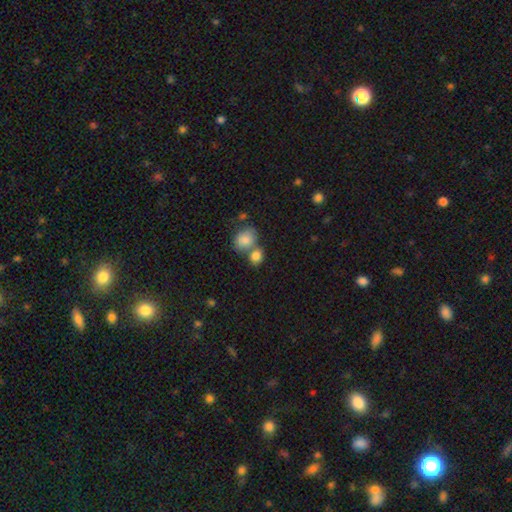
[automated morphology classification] Q: Smooth or featured?
A: smooth (83%); runner-up: star or artifact (9%)
Q: How rounded?
A: round (53%); runner-up: in between (46%)
Q: Merging?
A: merger (46%); runner-up: none (41%)